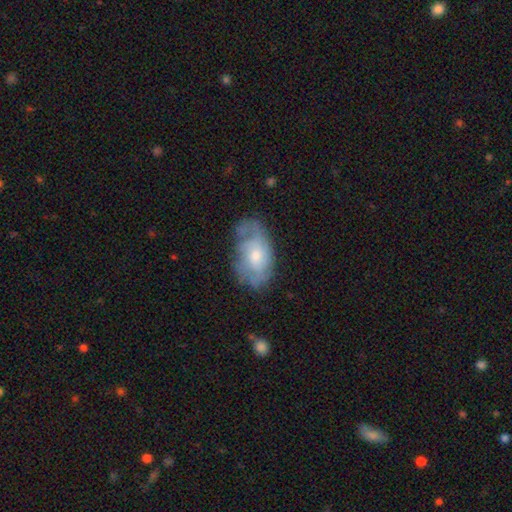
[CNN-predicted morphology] Smooth or featured? featured or disk (59%)
Edge-on disk? no (94%)
Bar? no (71%)
Spiral arms? yes (74%)
Bulge size? moderate (51%)
Merging? none (57%)